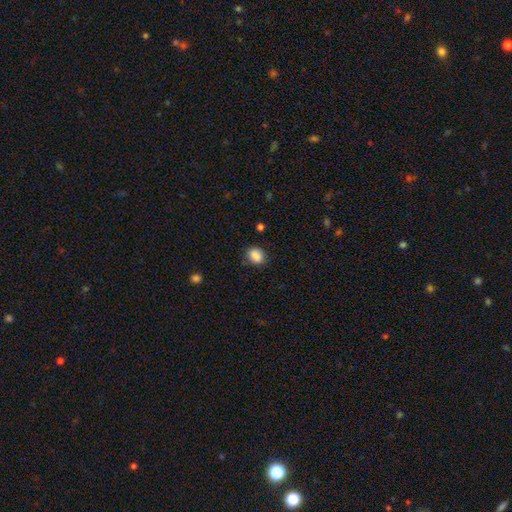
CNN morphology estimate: smooth-or-featured: smooth: 88% | star or artifact: 9% | featured or disk: 3%
  how-rounded: in between: 51% | round: 48% | cigar-shaped: 1%
  merging: none: 79% | minor disturbance: 15% | major disturbance: 4% | merger: 2%